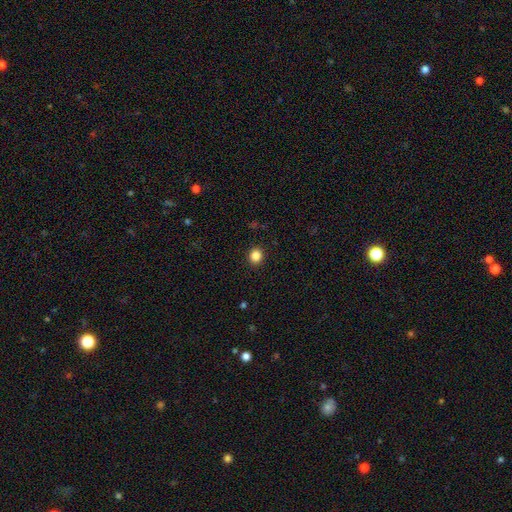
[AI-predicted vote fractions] Overall: smooth (85%). How rounded: round (85%). Merging: none (92%).